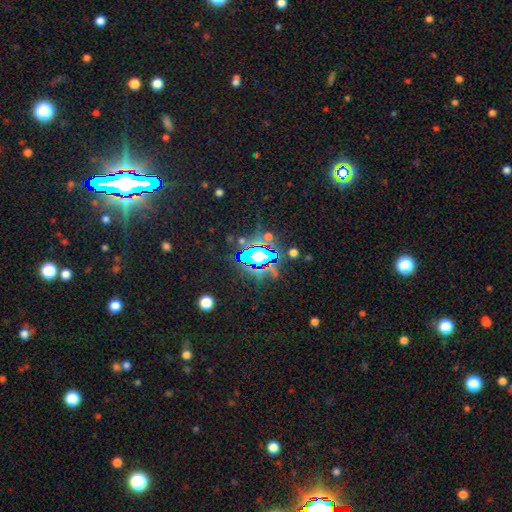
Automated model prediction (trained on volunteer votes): A star or artifact, not a galaxy (84%).

Vote fractions:
- Smooth or featured? star or artifact: 84% / smooth: 9% / featured or disk: 7%